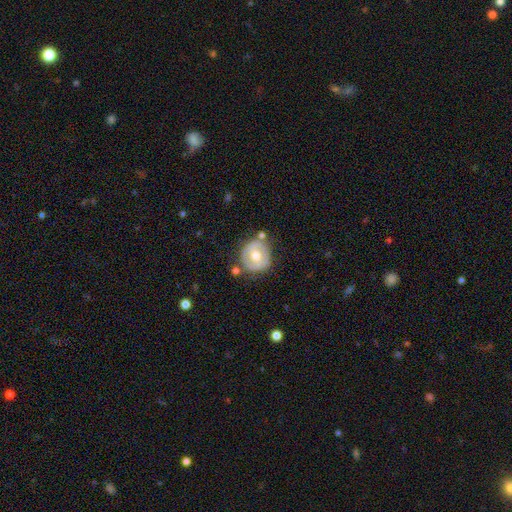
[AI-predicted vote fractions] A featured or disk galaxy (49%).

Vote fractions:
- Smooth or featured? featured or disk: 49% / smooth: 45% / star or artifact: 7%
- Merging? none: 70% / minor disturbance: 17% / merger: 8% / major disturbance: 5%